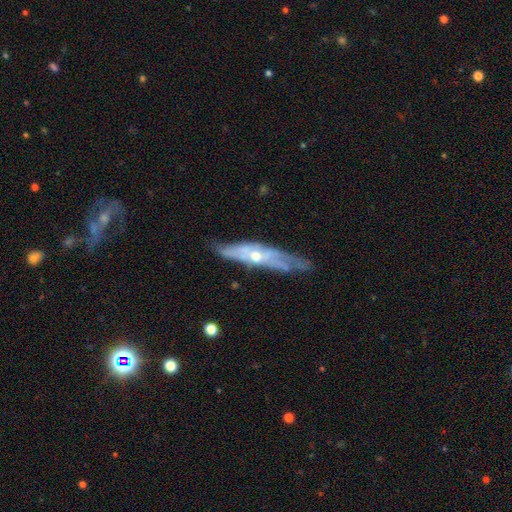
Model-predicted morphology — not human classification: This appears to be a featured or disk galaxy (72%) viewed edge-on (56%). Merging: none (67%).